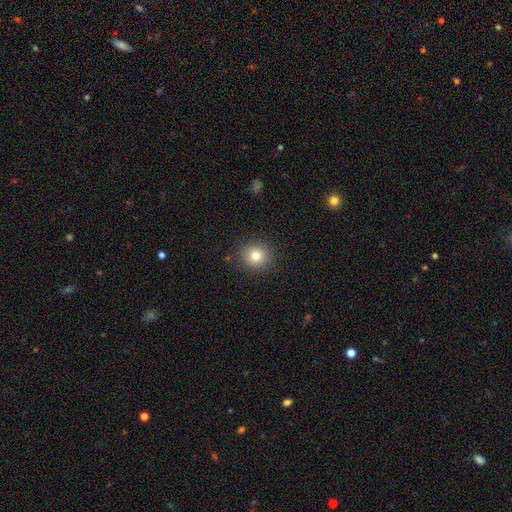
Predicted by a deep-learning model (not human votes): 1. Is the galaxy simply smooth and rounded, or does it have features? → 80% smooth, 12% star or artifact, 8% featured or disk.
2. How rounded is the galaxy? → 88% round, 11% in between, 1% cigar-shaped.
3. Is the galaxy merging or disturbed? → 89% none, 7% minor disturbance, 2% major disturbance, 1% merger.